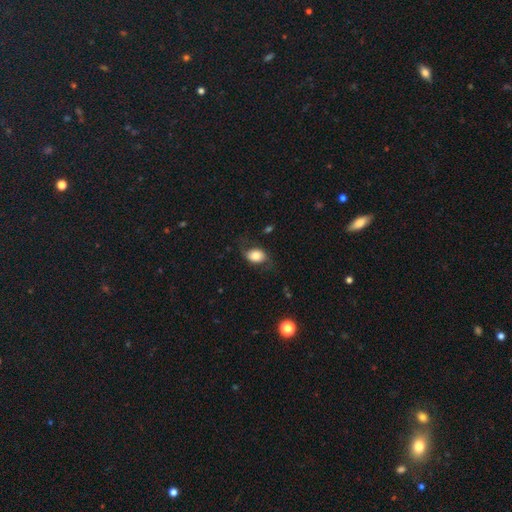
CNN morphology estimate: Q: Smooth or featured?
A: smooth (66%); runner-up: featured or disk (26%)
Q: How rounded?
A: in between (75%); runner-up: round (23%)
Q: Merging?
A: none (64%); runner-up: minor disturbance (22%)